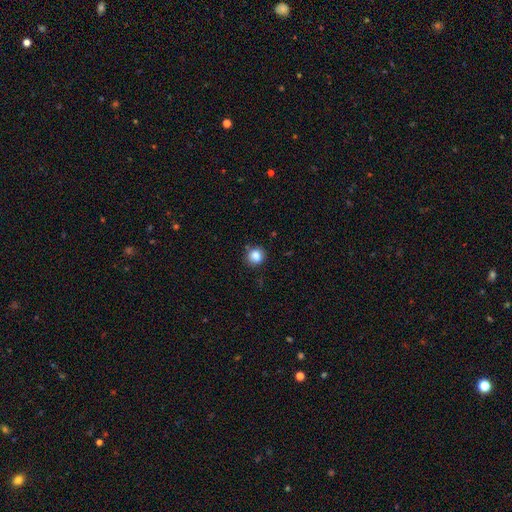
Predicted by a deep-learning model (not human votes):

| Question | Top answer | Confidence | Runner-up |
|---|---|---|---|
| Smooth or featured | smooth | 86% | star or artifact (10%) |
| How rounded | round | 85% | in between (14%) |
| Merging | none | 81% | minor disturbance (13%) |